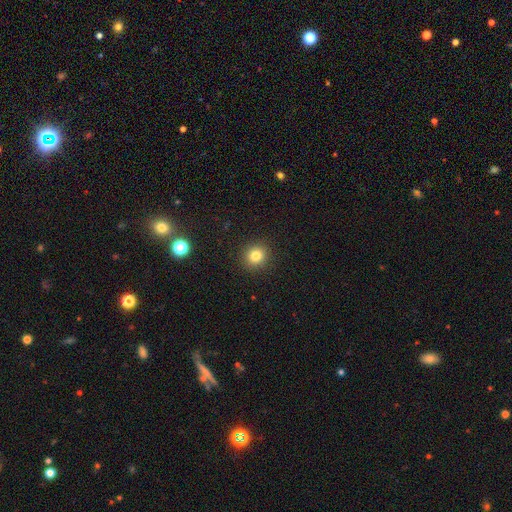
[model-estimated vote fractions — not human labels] Morphology: type=smooth (81%); roundness=round (88%); merging=none (91%).